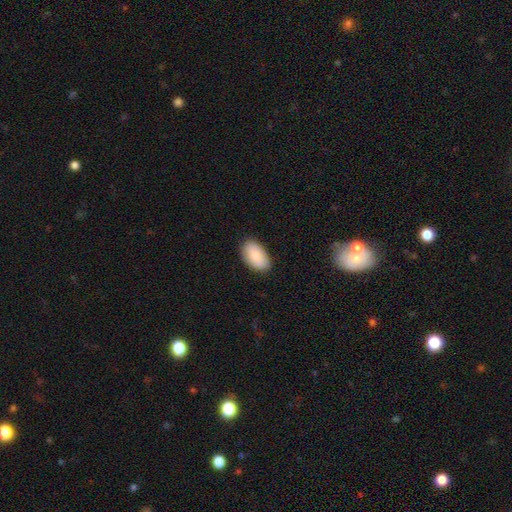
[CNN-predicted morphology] smooth_or_featured: smooth (p=0.82) [alt: featured or disk p=0.12]
how_rounded: in between (p=0.94) [alt: round p=0.04]
merging: none (p=0.85) [alt: minor disturbance p=0.12]